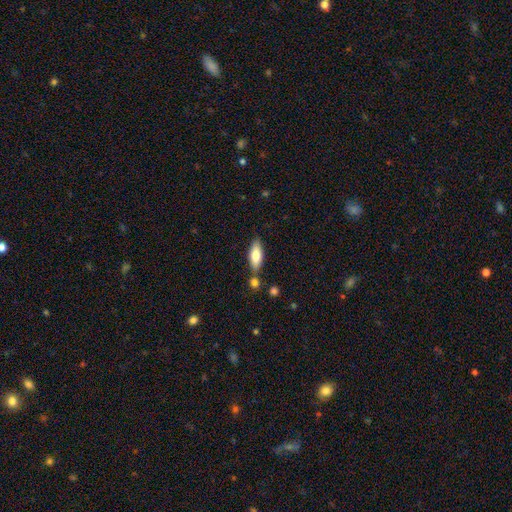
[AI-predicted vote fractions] Overall: smooth (76%). How rounded: in between (68%; cigar-shaped 30%). Merging: none (74%).